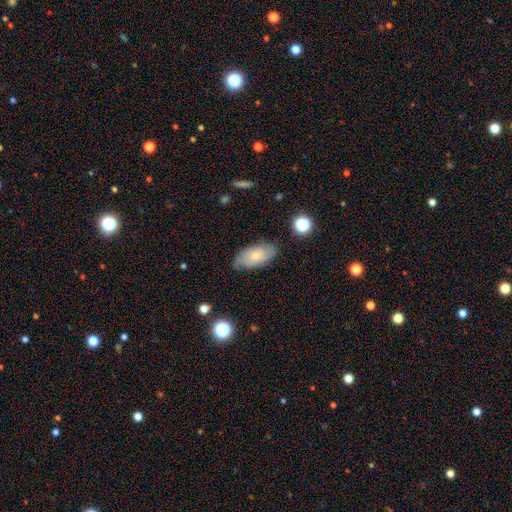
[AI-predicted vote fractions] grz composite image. It shows a smooth galaxy with no disk features (48%). Merging: none (76%).